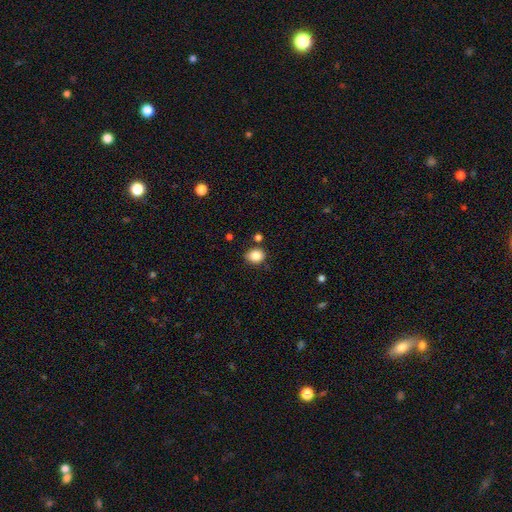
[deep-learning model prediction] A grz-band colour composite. It shows a smooth galaxy with no disk features (86%) that is round (59%). Merging: none (76%).